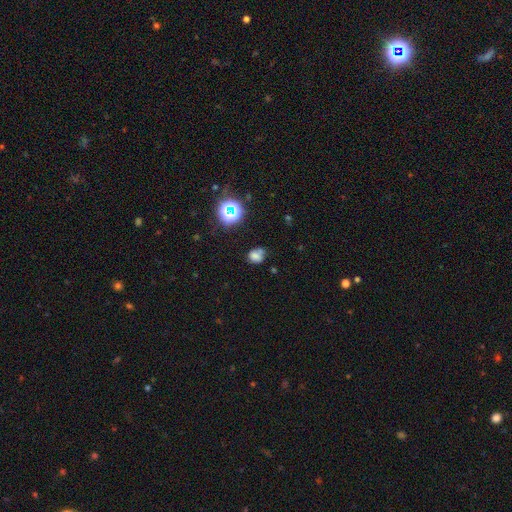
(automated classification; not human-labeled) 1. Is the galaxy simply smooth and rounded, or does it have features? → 67% smooth, 19% star or artifact, 13% featured or disk.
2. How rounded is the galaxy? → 53% round, 46% in between, 1% cigar-shaped.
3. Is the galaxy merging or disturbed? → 46% none, 26% minor disturbance, 17% merger, 11% major disturbance.